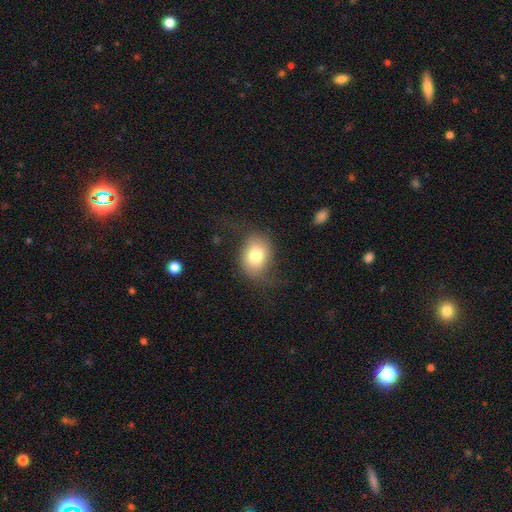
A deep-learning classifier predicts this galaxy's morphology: smooth 74%, featured or disk 17%, star or artifact 9%. Down the decision tree: how rounded — in between (59%); merging — none (61%).